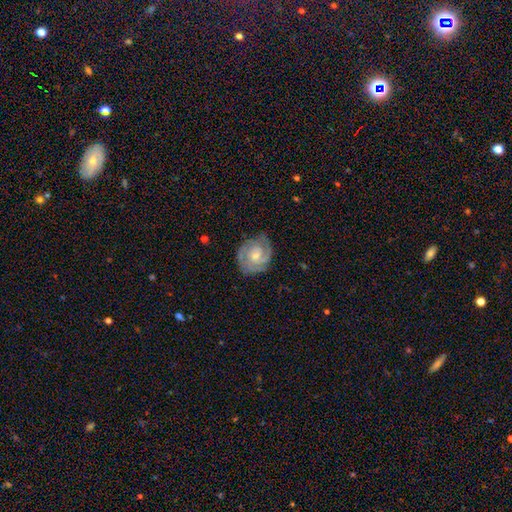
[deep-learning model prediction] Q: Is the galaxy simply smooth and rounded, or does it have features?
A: featured or disk — 82%.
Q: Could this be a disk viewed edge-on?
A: no — 98%.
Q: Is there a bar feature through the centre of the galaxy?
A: no — 66%.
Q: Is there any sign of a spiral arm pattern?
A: yes — 96%.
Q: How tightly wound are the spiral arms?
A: tight — 62%.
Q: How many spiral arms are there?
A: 2 — 50%.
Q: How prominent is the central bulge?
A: small — 50%.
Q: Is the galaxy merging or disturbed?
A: none — 74%.